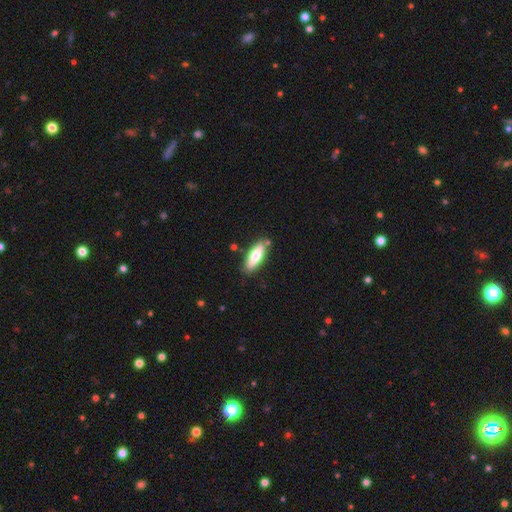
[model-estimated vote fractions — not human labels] smooth_or_featured: smooth (p=0.67) [alt: featured or disk p=0.27]
how_rounded: in between (p=0.54) [alt: cigar-shaped p=0.44]
merging: none (p=0.83) [alt: minor disturbance p=0.11]